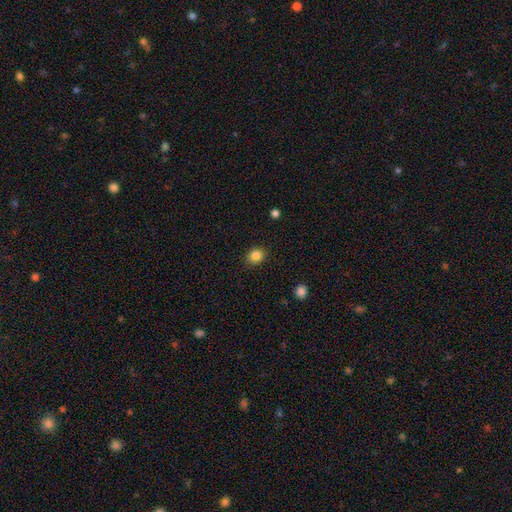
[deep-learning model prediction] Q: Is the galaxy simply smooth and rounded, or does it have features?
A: smooth — 85%.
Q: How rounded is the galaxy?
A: round — 69%.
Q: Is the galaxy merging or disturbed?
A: none — 87%.